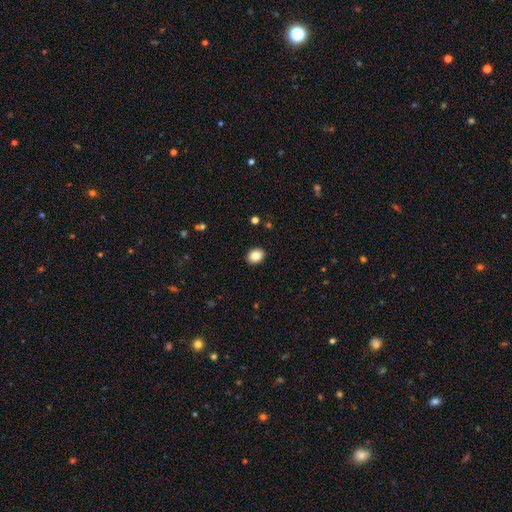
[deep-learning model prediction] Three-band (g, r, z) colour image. It shows a smooth galaxy with no disk features (85%) that is in between round and cigar-shaped (52%). Merging: none (91%).